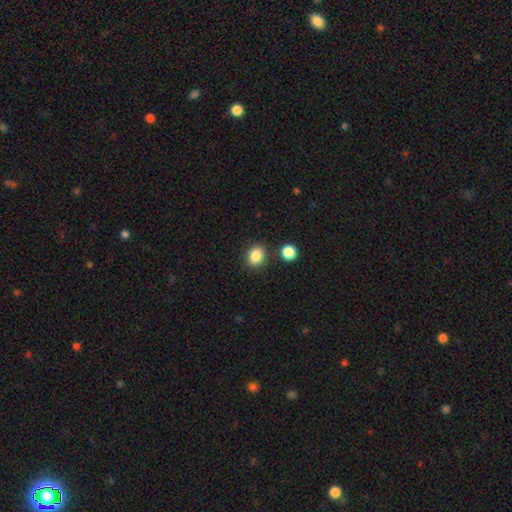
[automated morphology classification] This is clearly a smooth galaxy (86%). How rounded: possibly in between (52%). Merging: clearly none (82%).